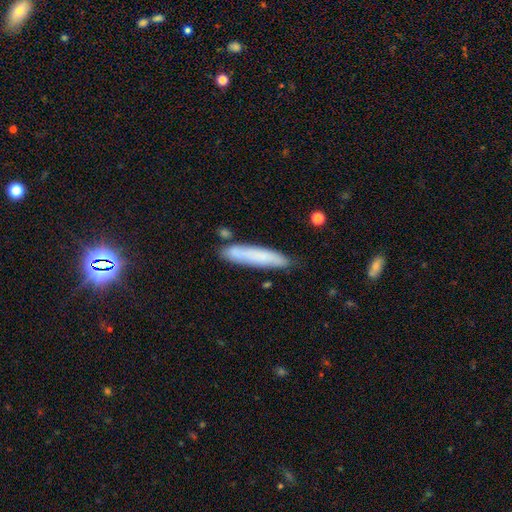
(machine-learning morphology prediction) type=smooth (73%); roundness=cigar-shaped (89%); merging=none (79%).